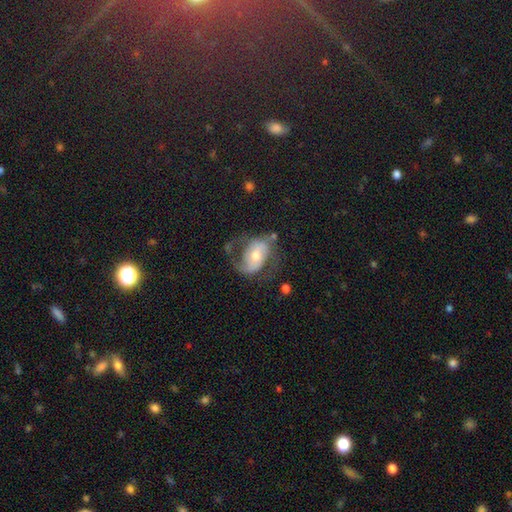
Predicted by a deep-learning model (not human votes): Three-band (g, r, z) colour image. It shows a featured or disk galaxy (72%) with no bar (42%), 2 (74%) medium (43%) spiral arms (86%) and a moderate central bulge (61%). Merging: none (46%).